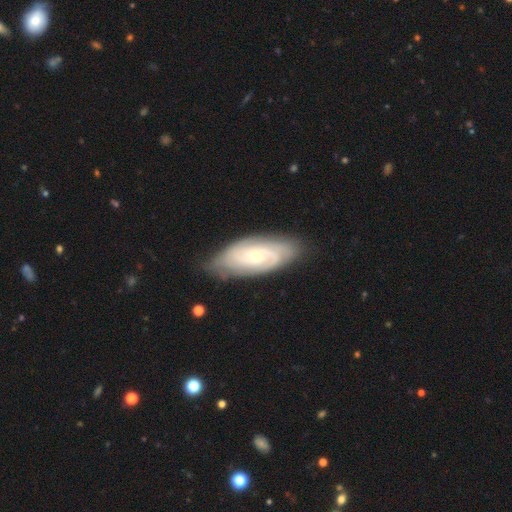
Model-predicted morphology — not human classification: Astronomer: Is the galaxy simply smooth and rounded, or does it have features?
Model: featured or disk — 76%.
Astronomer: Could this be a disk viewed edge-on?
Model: no — 92%.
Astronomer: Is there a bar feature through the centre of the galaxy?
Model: no — 66%.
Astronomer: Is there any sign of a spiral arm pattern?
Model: yes — 91%.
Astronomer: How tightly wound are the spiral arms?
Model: tight — 63%.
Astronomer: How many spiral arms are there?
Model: can't tell — 37% (runner-up: 2, 35%).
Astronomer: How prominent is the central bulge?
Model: small — 64%.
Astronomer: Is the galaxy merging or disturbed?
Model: none — 76%.